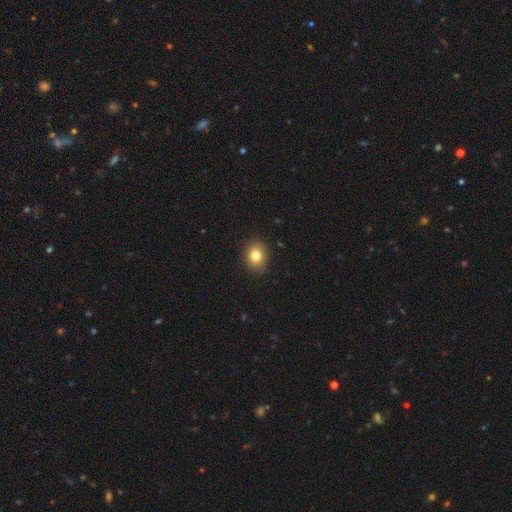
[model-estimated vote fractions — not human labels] Q: Smooth or featured?
A: smooth (81%); runner-up: star or artifact (11%)
Q: How rounded?
A: round (59%); runner-up: in between (41%)
Q: Merging?
A: none (86%); runner-up: minor disturbance (11%)